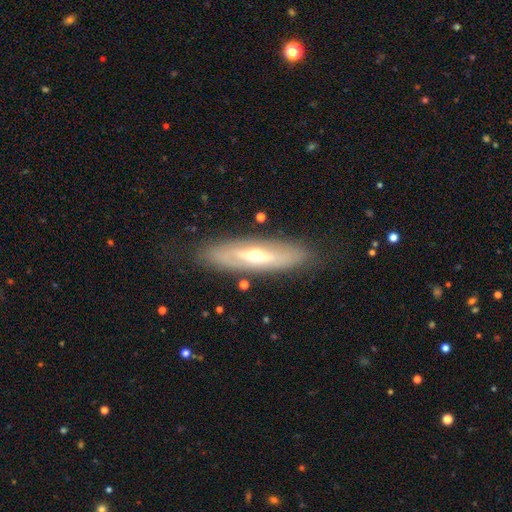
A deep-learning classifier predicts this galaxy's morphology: Q: Smooth or featured?
A: featured or disk (65%); runner-up: smooth (29%)
Q: Edge-on disk?
A: no (58%); runner-up: yes (42%)
Q: Merging?
A: none (81%); runner-up: minor disturbance (13%)